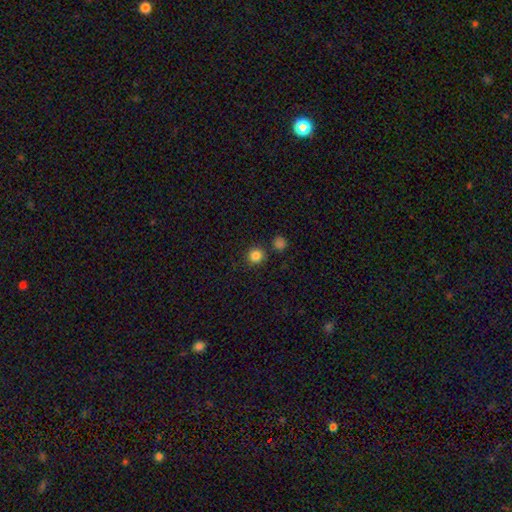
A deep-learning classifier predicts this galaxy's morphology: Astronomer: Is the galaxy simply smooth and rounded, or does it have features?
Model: smooth — 84%.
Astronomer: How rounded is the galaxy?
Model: round — 94%.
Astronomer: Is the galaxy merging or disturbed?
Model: none — 86%.